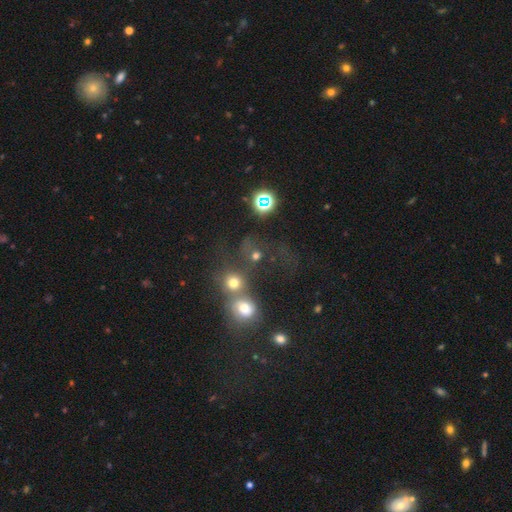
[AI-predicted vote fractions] smooth-or-featured: smooth: 60% | star or artifact: 25% | featured or disk: 15%
  how-rounded: round: 77% | in between: 21% | cigar-shaped: 2%
  merging: merger: 46% | none: 32% | major disturbance: 13% | minor disturbance: 8%